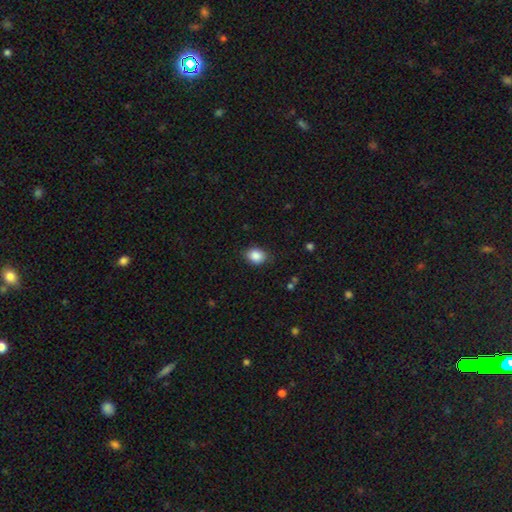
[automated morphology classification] A smooth galaxy with no disk features (87%) that is in between round and cigar-shaped (55%).

Vote fractions:
- Smooth or featured? smooth: 87% / star or artifact: 9% / featured or disk: 4%
- How rounded? in between: 55% / round: 44% / cigar-shaped: 1%
- Merging? none: 83% / minor disturbance: 13% / major disturbance: 3% / merger: 1%